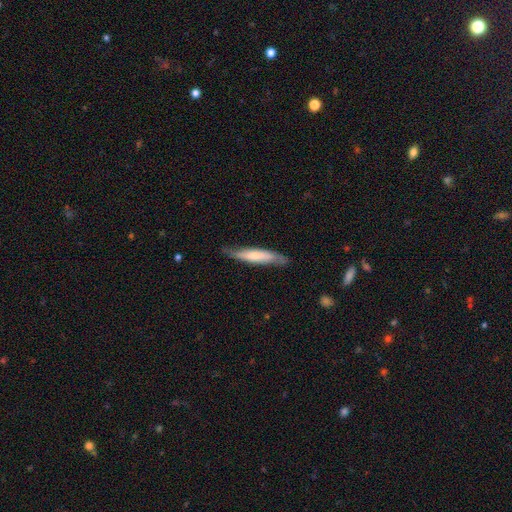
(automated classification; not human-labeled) Overall: smooth (60%; featured or disk 35%). How rounded: cigar-shaped (88%). Merging: none (74%).